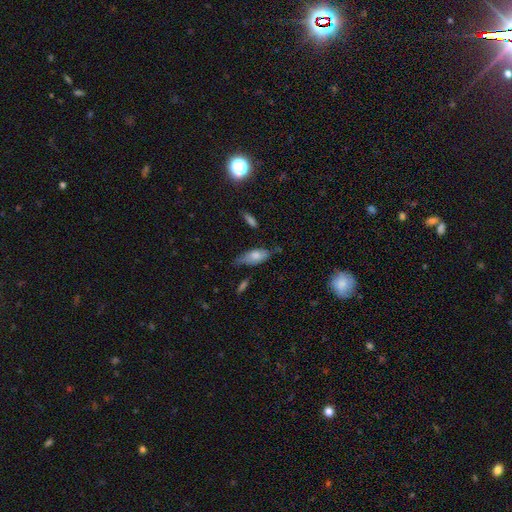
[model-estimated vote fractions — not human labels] This appears to be a smooth galaxy with no disk features (68%) that is in between round and cigar-shaped (82%). Merging: none (49%).